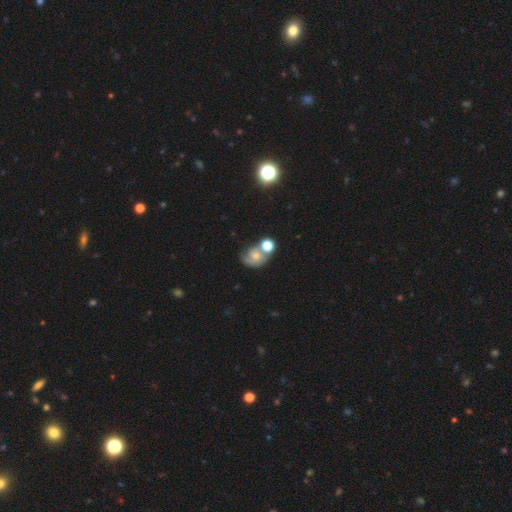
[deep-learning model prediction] Smooth or featured? smooth (48%)
Merging? merger (37%)